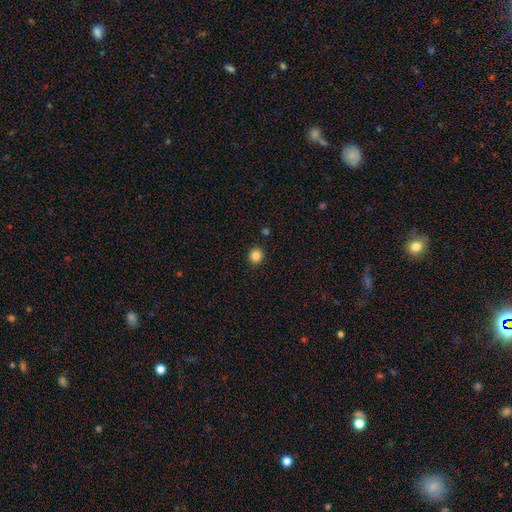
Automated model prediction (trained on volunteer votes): A smooth galaxy with no disk features (85%) that is round (89%). Merging: none (91%).